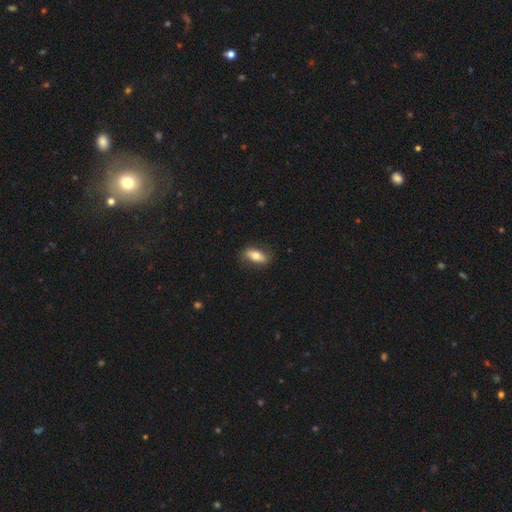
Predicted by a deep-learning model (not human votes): Smooth or featured?
  - smooth: 71% *
  - featured or disk: 22%
  - star or artifact: 6%
How rounded?
  - in between: 80% *
  - cigar-shaped: 15%
  - round: 5%
Merging?
  - none: 81% *
  - minor disturbance: 15%
  - major disturbance: 4%
  - merger: 1%